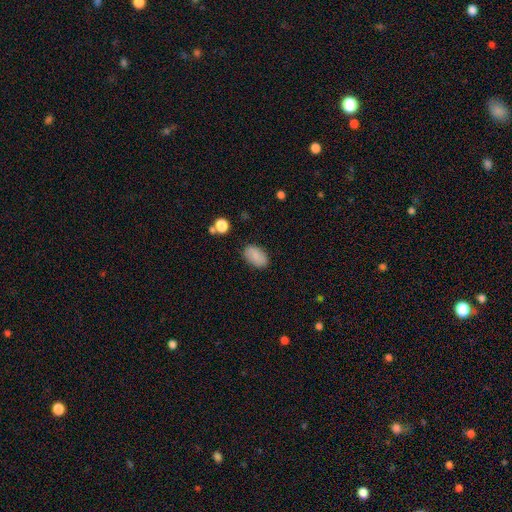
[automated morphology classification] Smooth or featured: smooth — 83% (featured or disk — 9%)
How rounded: in between — 92% (round — 7%)
Merging: none — 84% (minor disturbance — 11%)